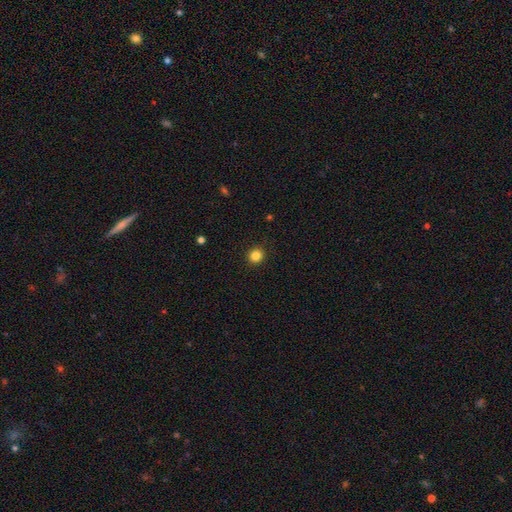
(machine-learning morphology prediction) Q: Smooth or featured?
A: smooth (84%); runner-up: star or artifact (12%)
Q: How rounded?
A: round (90%); runner-up: in between (9%)
Q: Merging?
A: none (92%); runner-up: minor disturbance (5%)